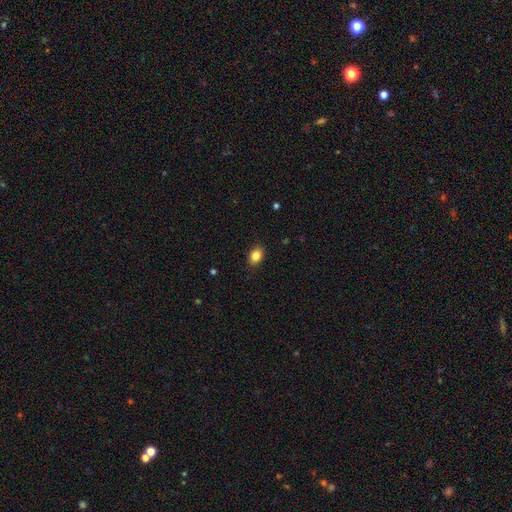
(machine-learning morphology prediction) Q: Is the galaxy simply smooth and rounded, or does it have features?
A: smooth — 85%.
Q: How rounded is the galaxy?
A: in between — 72%.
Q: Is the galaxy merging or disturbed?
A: none — 88%.